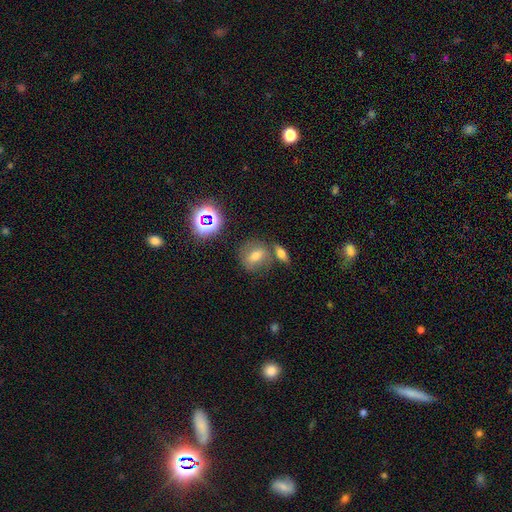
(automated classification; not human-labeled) Smooth or featured?
  - smooth: 57% *
  - featured or disk: 22%
  - star or artifact: 21%
How rounded?
  - round: 50% *
  - in between: 46%
  - cigar-shaped: 4%
Merging?
  - none: 60% *
  - merger: 22%
  - minor disturbance: 12%
  - major disturbance: 5%